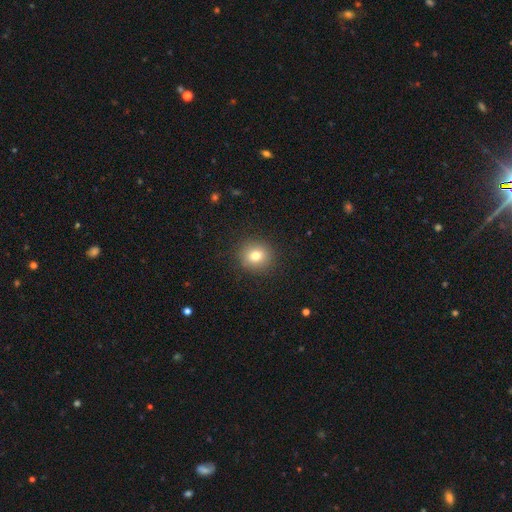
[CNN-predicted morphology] smooth_or_featured: smooth (p=0.78) [alt: star or artifact p=0.12]
how_rounded: round (p=0.88) [alt: in between p=0.11]
merging: none (p=0.90) [alt: minor disturbance p=0.07]